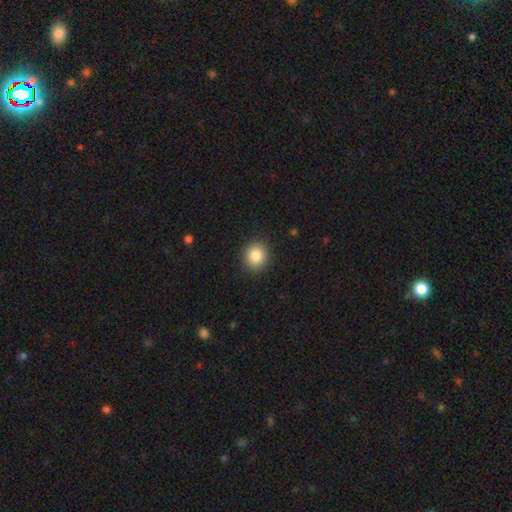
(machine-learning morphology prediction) smooth 86%, star or artifact 9%, featured or disk 5%. Down the decision tree: how rounded — round (82%); merging — none (90%).